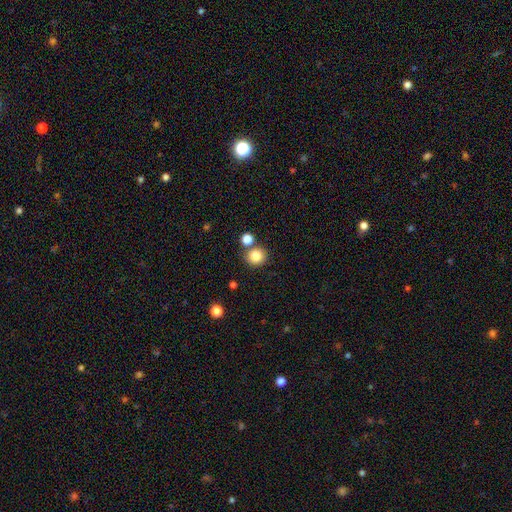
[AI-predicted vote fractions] A smooth galaxy with no disk features (84%) that is round (91%). Merging: none (76%).